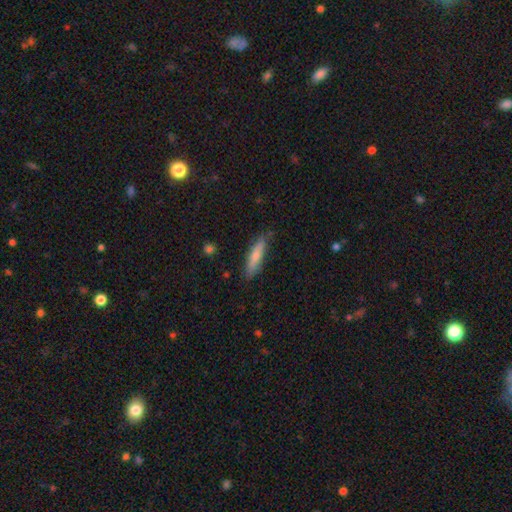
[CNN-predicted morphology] Smooth or featured? smooth (70%)
How rounded? cigar-shaped (79%)
Merging? none (83%)